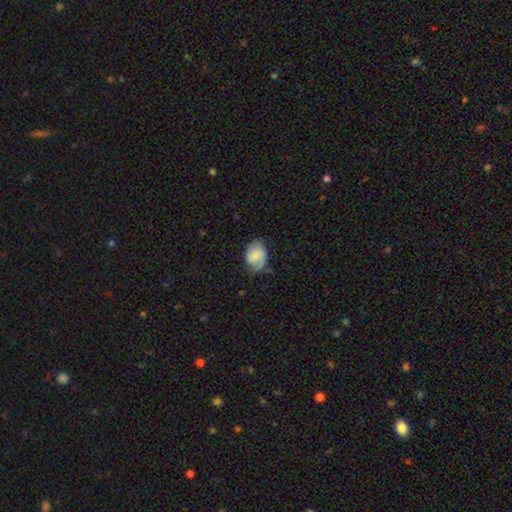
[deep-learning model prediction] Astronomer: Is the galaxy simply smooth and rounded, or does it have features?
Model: smooth — 57% (runner-up: featured or disk, 35%).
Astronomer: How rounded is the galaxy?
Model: in between — 72%.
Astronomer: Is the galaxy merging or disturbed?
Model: none — 61%.